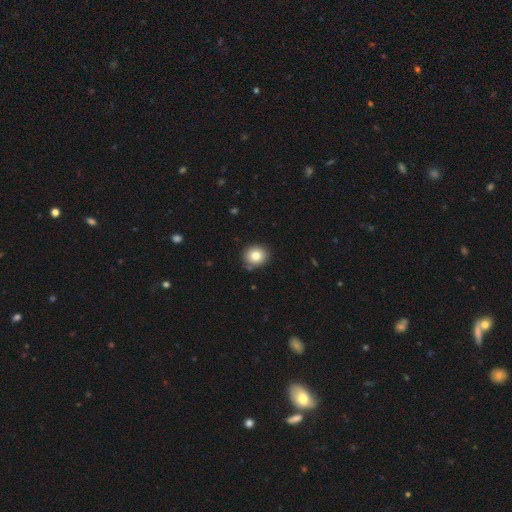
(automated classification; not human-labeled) Smooth or featured?
  - smooth: 82% *
  - star or artifact: 10%
  - featured or disk: 8%
How rounded?
  - round: 78% *
  - in between: 21%
  - cigar-shaped: 1%
Merging?
  - none: 85% *
  - minor disturbance: 9%
  - merger: 3%
  - major disturbance: 2%